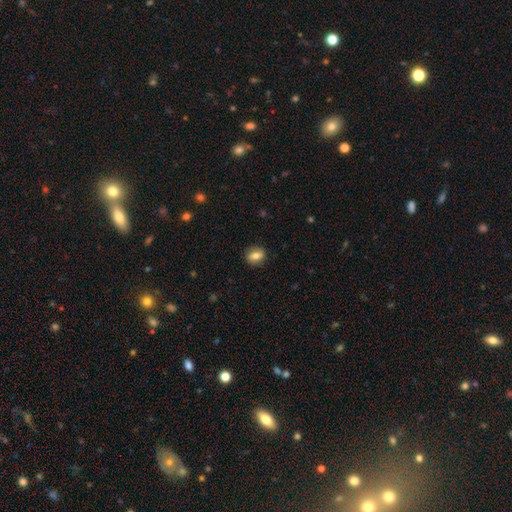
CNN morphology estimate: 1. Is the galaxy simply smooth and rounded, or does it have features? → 73% smooth, 19% featured or disk, 9% star or artifact.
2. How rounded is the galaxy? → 50% round, 47% in between, 2% cigar-shaped.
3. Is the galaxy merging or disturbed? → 86% none, 10% minor disturbance, 3% major disturbance, 1% merger.